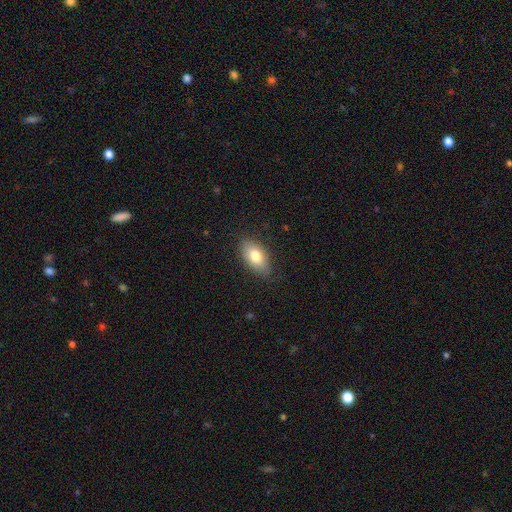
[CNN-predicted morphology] A smooth galaxy with no disk features (77%) that is in between round and cigar-shaped (90%). Merging: none (83%).